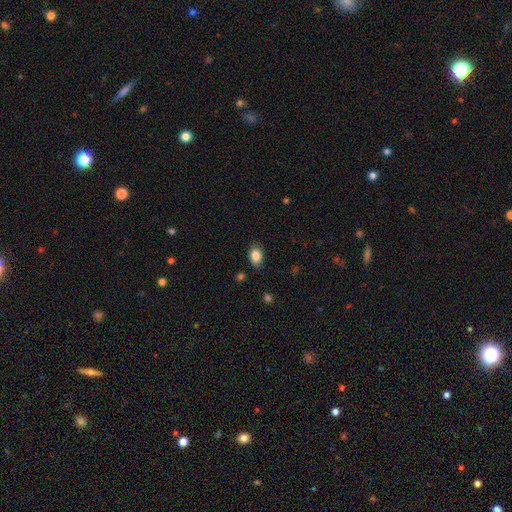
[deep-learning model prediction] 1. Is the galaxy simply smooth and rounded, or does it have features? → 86% smooth, 8% star or artifact, 6% featured or disk.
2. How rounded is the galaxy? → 84% in between, 15% round, 2% cigar-shaped.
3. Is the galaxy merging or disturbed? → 81% none, 15% minor disturbance, 3% major disturbance, 1% merger.